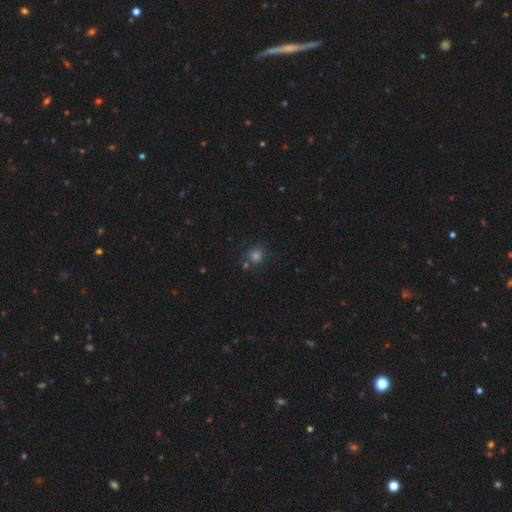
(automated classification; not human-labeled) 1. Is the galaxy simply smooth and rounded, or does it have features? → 69% smooth, 23% star or artifact, 8% featured or disk.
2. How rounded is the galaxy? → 84% round, 15% in between, 1% cigar-shaped.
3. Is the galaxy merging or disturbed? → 72% none, 12% merger, 12% minor disturbance, 5% major disturbance.